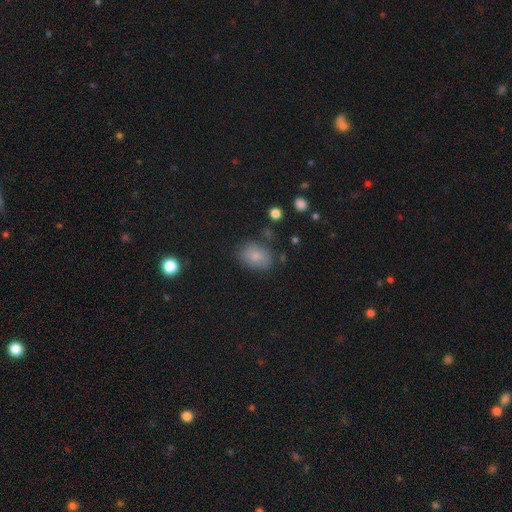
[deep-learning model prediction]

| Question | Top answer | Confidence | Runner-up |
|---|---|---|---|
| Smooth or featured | smooth | 82% | star or artifact (9%) |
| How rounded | in between | 70% | round (28%) |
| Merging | none | 75% | minor disturbance (17%) |